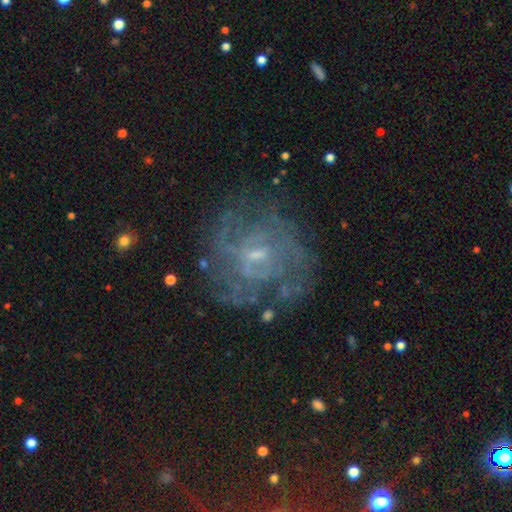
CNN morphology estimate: A featured or disk galaxy (77%) with a weak bar (51%), tight (49%) spiral arms (71%) and a small central bulge (60%). Merging: none (66%).